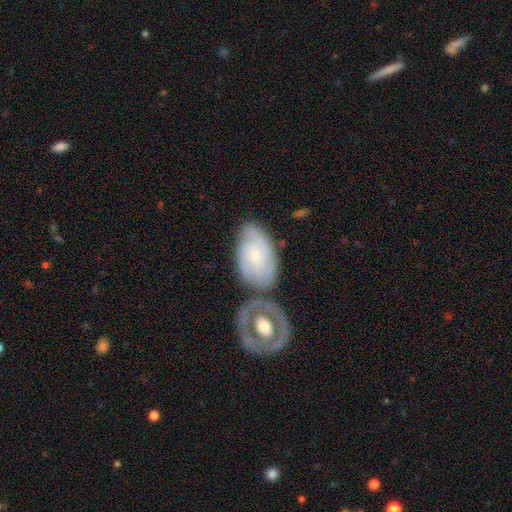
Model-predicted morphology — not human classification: Q: Smooth or featured?
A: featured or disk (72%); runner-up: smooth (22%)
Q: Edge-on disk?
A: no (94%); runner-up: yes (6%)
Q: Bar?
A: no (74%); runner-up: weak (22%)
Q: Spiral arms?
A: yes (91%); runner-up: no (9%)
Q: Spiral winding?
A: tight (64%); runner-up: medium (29%)
Q: Spiral arm count?
A: 2 (35%); runner-up: can't tell (33%)
Q: Bulge size?
A: small (72%); runner-up: moderate (23%)
Q: Merging?
A: none (57%); runner-up: merger (18%)